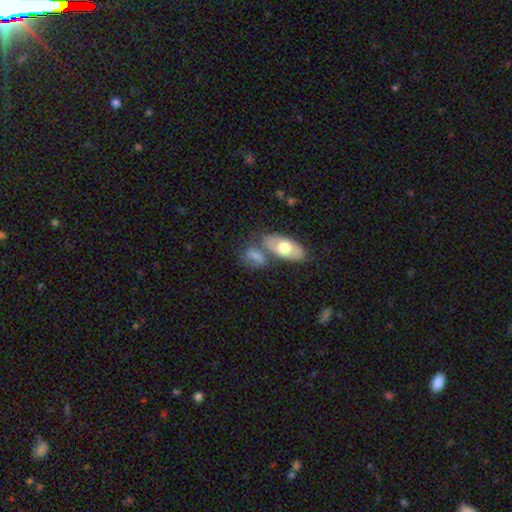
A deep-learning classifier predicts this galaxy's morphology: Smooth or featured?
  - smooth: 62% *
  - featured or disk: 29%
  - star or artifact: 8%
How rounded?
  - in between: 81% *
  - round: 10%
  - cigar-shaped: 8%
Merging?
  - none: 47% *
  - merger: 31%
  - minor disturbance: 15%
  - major disturbance: 7%